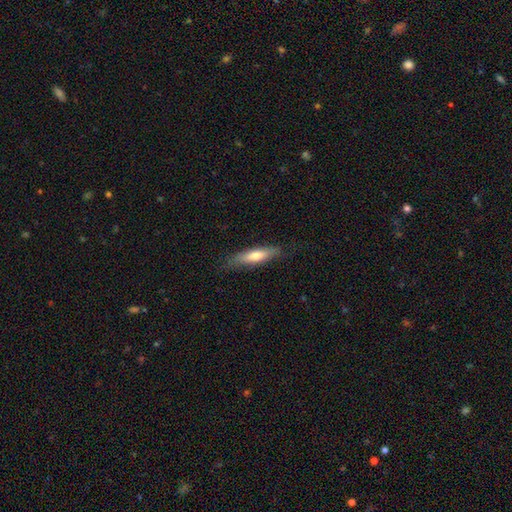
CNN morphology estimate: Smooth or featured: smooth — 67% (featured or disk — 27%)
How rounded: cigar-shaped — 69% (in between — 30%)
Merging: none — 79% (minor disturbance — 16%)